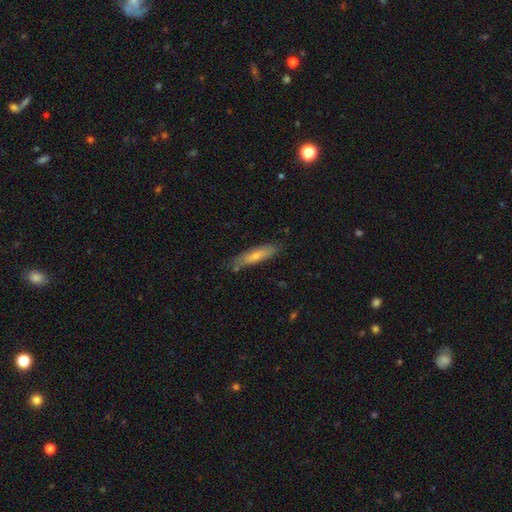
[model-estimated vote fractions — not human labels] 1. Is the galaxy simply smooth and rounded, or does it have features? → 57% smooth, 36% featured or disk, 7% star or artifact.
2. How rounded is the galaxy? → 81% cigar-shaped, 17% in between, 2% round.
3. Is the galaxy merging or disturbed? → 78% none, 16% minor disturbance, 3% major disturbance, 2% merger.